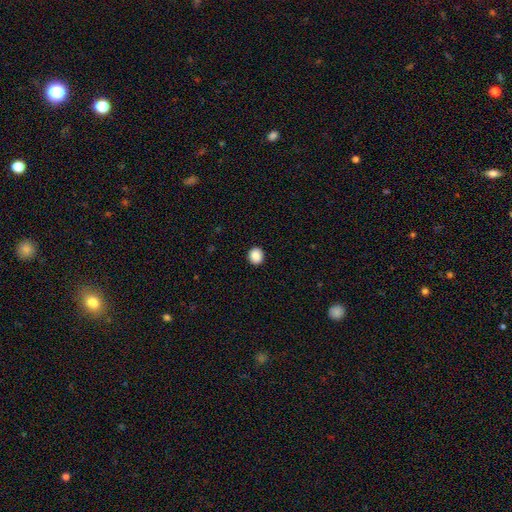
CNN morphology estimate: This is clearly a smooth galaxy (88%). How rounded: clearly round (81%). Merging: clearly none (92%).